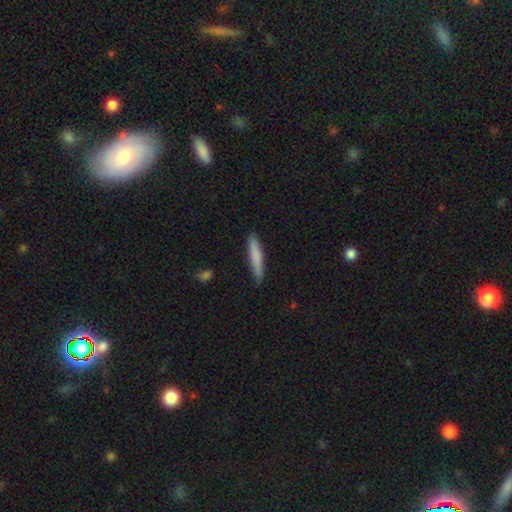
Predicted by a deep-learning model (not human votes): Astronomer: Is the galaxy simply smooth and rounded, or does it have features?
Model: smooth — 78%.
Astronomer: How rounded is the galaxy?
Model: cigar-shaped — 91%.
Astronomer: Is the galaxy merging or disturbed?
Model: none — 85%.